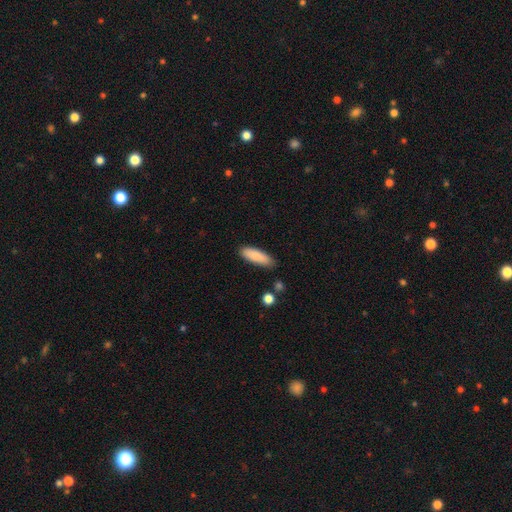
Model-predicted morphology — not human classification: This appears to be a smooth galaxy with no disk features (87%) that is in between round and cigar-shaped (54%). Merging: none (82%).